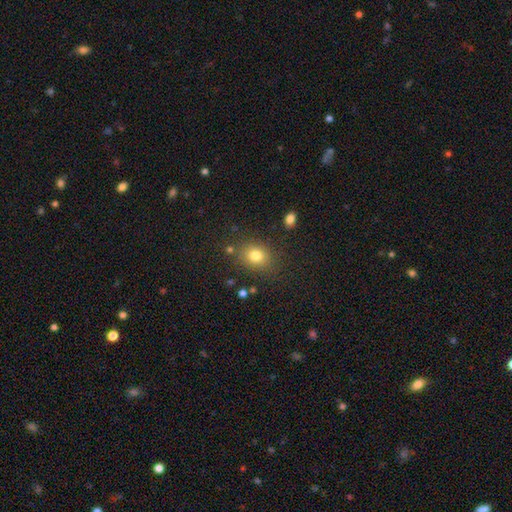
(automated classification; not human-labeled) smooth_or_featured: smooth (p=0.79) [alt: star or artifact p=0.13]
how_rounded: round (p=0.60) [alt: in between p=0.39]
merging: none (p=0.81) [alt: minor disturbance p=0.11]